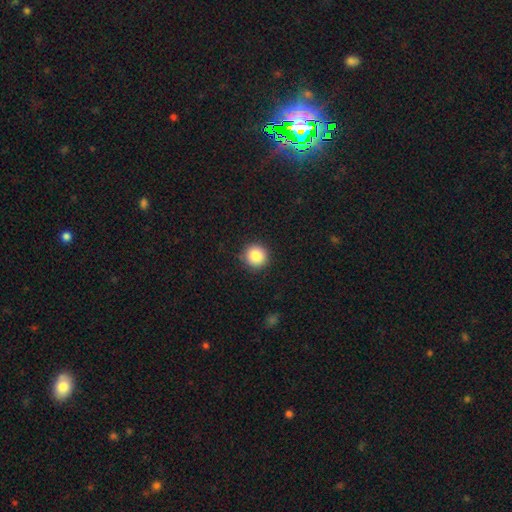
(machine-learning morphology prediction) smooth_or_featured: smooth (p=0.84) [alt: star or artifact p=0.10]
how_rounded: round (p=0.95) [alt: in between p=0.04]
merging: none (p=0.89) [alt: minor disturbance p=0.07]